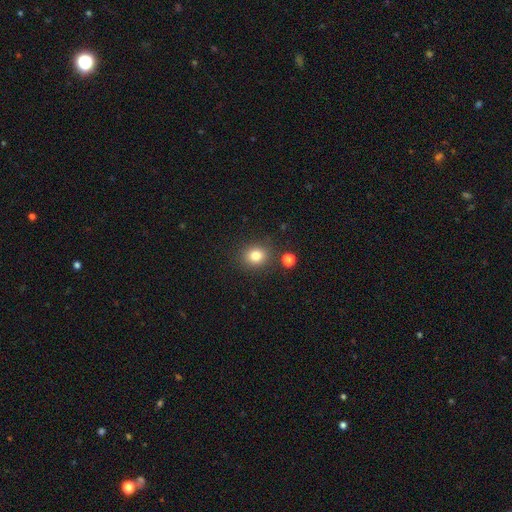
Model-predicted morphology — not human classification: Smooth or featured? smooth (81%)
How rounded? round (76%)
Merging? none (84%)